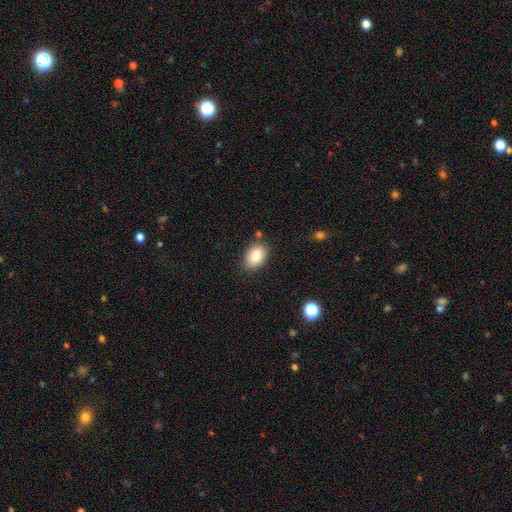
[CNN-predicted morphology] Smooth or featured? Predicted: smooth (p=0.84). How rounded? Predicted: in between (p=0.85). Merging? Predicted: none (p=0.81).